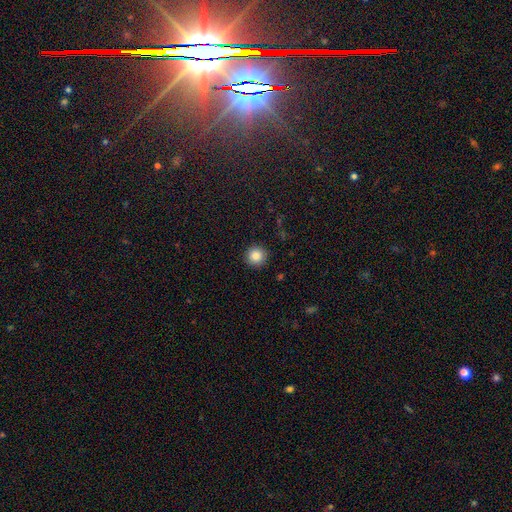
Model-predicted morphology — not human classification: smooth 85%, star or artifact 10%, featured or disk 5%. Down the decision tree: how rounded — round (95%); merging — none (91%).